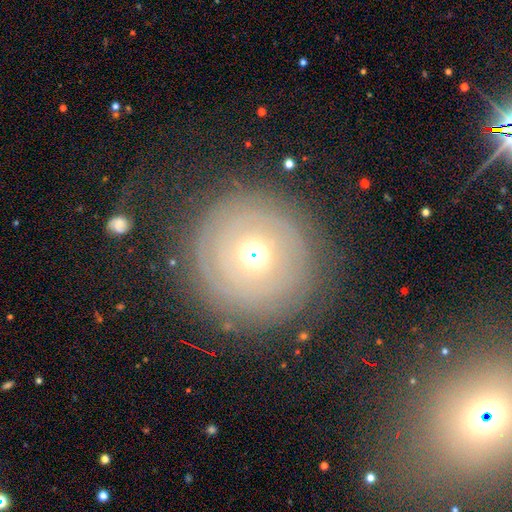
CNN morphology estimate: Q: Smooth or featured?
A: featured or disk (51%); runner-up: smooth (37%)
Q: Edge-on disk?
A: no (95%); runner-up: yes (5%)
Q: Merging?
A: none (81%); runner-up: minor disturbance (11%)